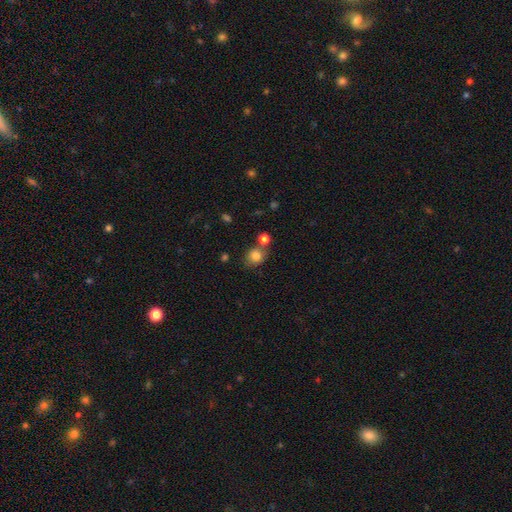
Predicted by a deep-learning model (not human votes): Morphology: type=smooth (81%); roundness=round (70%); merging=none (63%).